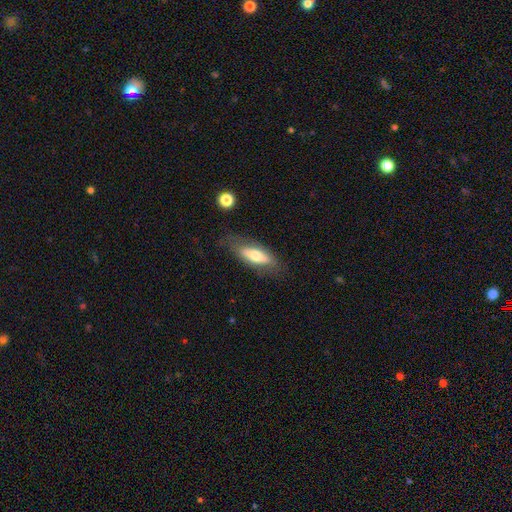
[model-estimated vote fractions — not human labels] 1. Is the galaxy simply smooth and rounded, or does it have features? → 60% smooth, 33% featured or disk, 7% star or artifact.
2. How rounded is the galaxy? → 64% in between, 34% cigar-shaped, 3% round.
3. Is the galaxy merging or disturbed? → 70% none, 19% minor disturbance, 9% major disturbance, 2% merger.